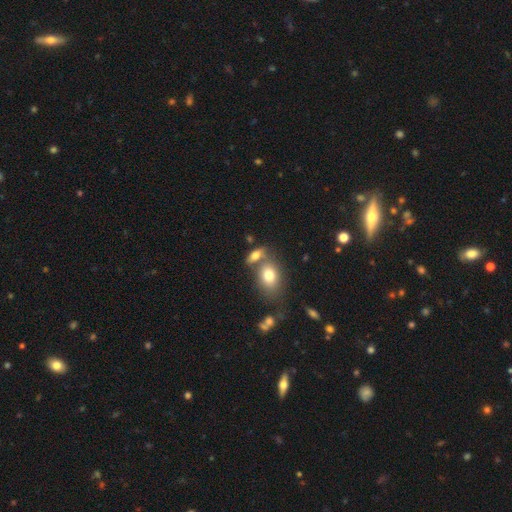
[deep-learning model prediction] The model was most divided on "merging": none: 50%, merger: 34%, minor disturbance: 11%, major disturbance: 4%. More confident: how rounded — in between (77%); smooth or featured — smooth (72%).